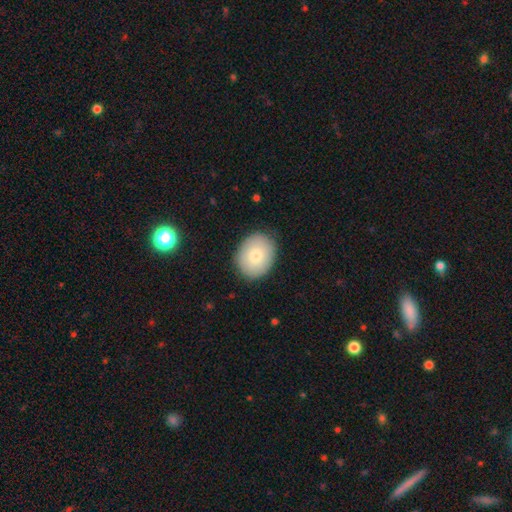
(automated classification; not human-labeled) Smooth or featured? Predicted: smooth (p=0.77). How rounded? Predicted: in between (p=0.51). Merging? Predicted: none (p=0.88).